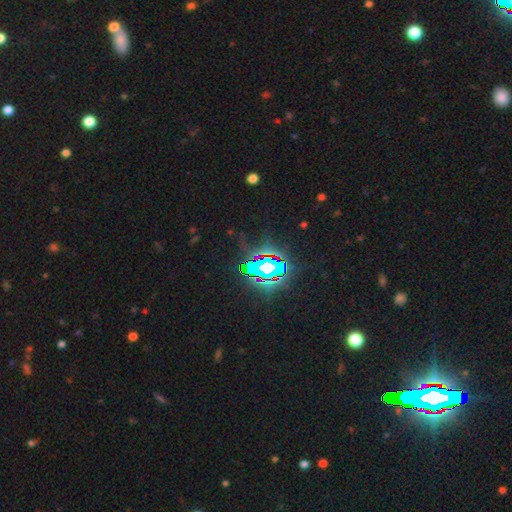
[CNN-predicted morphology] The model was most divided on "smooth or featured": star or artifact: 85%, smooth: 8%, featured or disk: 7%.